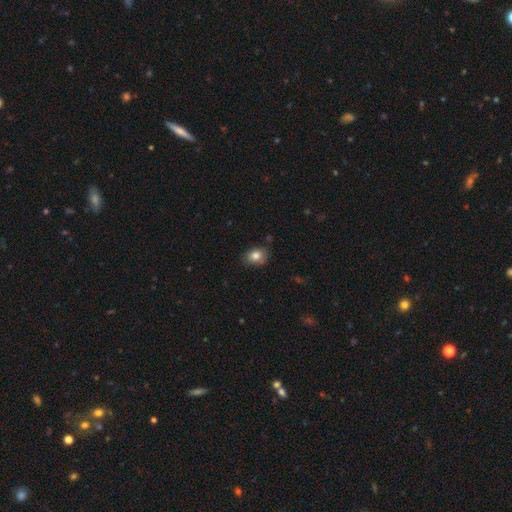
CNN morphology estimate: smooth_or_featured: smooth (p=0.83) [alt: star or artifact p=0.09]
how_rounded: in between (p=0.64) [alt: round p=0.35]
merging: none (p=0.78) [alt: minor disturbance p=0.17]